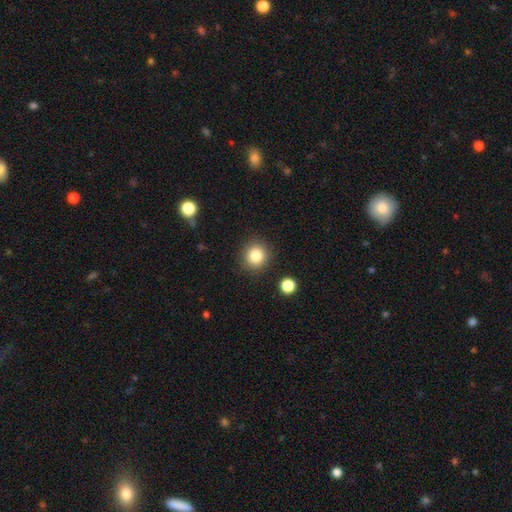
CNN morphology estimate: smooth_or_featured: smooth (p=0.82) [alt: star or artifact p=0.11]
how_rounded: round (p=0.92) [alt: in between p=0.07]
merging: none (p=0.88) [alt: minor disturbance p=0.07]